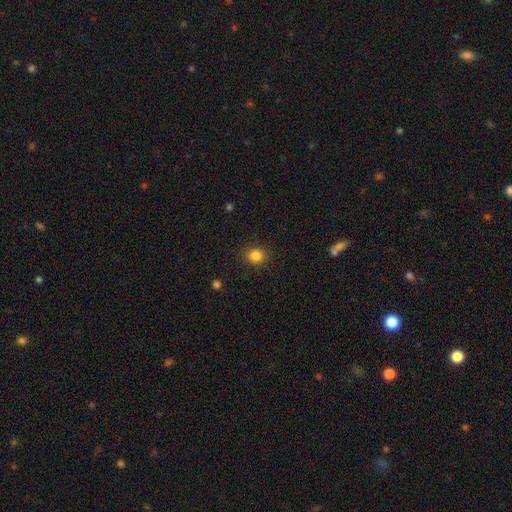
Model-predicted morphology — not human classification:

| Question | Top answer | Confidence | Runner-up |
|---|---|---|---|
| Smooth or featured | smooth | 84% | star or artifact (11%) |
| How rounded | round | 81% | in between (18%) |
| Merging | none | 90% | minor disturbance (7%) |